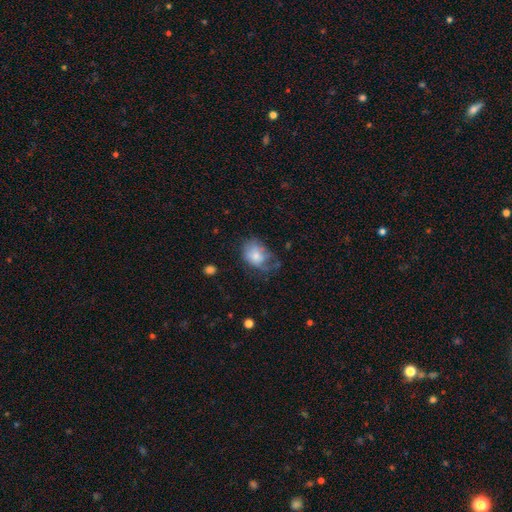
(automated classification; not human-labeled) Q: Smooth or featured?
A: smooth (69%); runner-up: featured or disk (22%)
Q: How rounded?
A: in between (68%); runner-up: round (31%)
Q: Merging?
A: minor disturbance (34%); runner-up: major disturbance (33%)